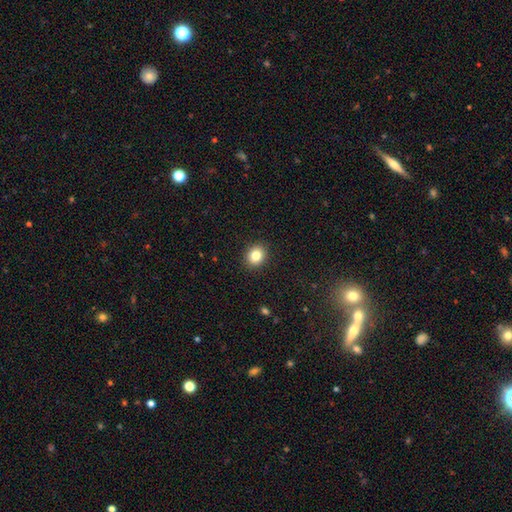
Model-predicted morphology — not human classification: A smooth galaxy with no disk features (84%) that is round (64%). Merging: none (91%).